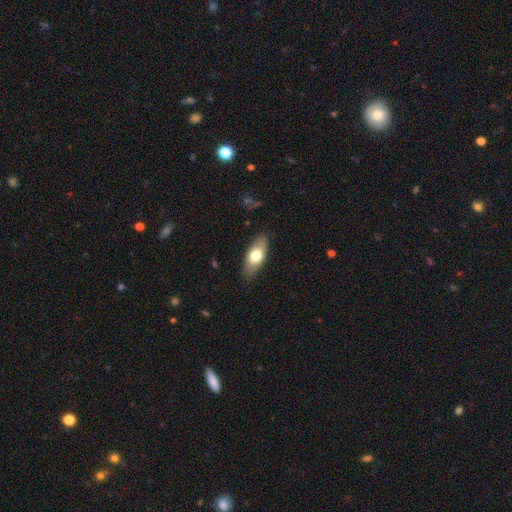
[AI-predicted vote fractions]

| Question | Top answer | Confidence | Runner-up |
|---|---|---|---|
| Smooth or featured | smooth | 68% | featured or disk (26%) |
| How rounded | in between | 83% | cigar-shaped (14%) |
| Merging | none | 84% | minor disturbance (12%) |